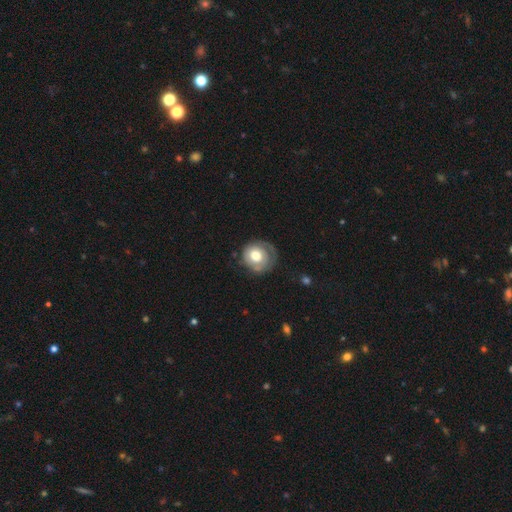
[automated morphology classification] Q: Smooth or featured?
A: smooth (54%); runner-up: featured or disk (40%)
Q: How rounded?
A: round (86%); runner-up: in between (13%)
Q: Merging?
A: none (61%); runner-up: minor disturbance (25%)